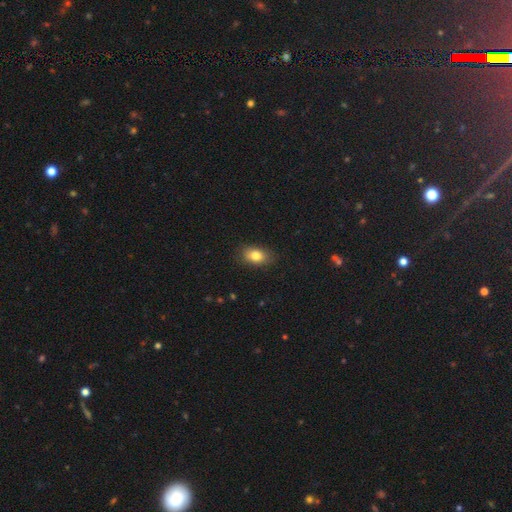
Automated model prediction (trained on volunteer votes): Smooth or featured: smooth — 82% (featured or disk — 9%)
How rounded: in between — 84% (round — 14%)
Merging: none — 85% (minor disturbance — 12%)